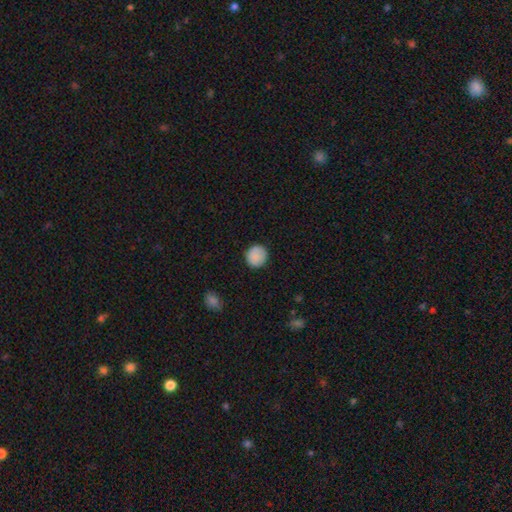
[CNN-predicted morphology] Smooth or featured: smooth — 88% (star or artifact — 8%)
How rounded: round — 91% (in between — 8%)
Merging: none — 88% (minor disturbance — 9%)